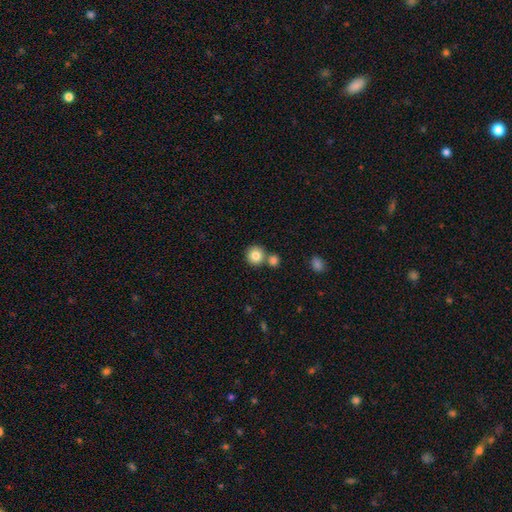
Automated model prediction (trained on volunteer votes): Smooth or featured: smooth — 83% (star or artifact — 9%)
How rounded: round — 92% (in between — 7%)
Merging: none — 65% (merger — 25%)